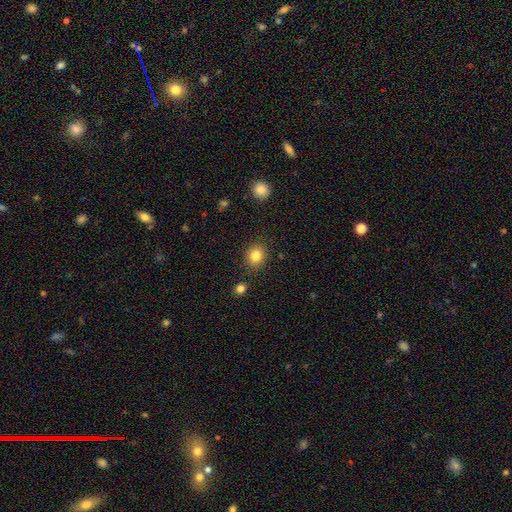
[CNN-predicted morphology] Smooth or featured?
  - smooth: 83% *
  - star or artifact: 11%
  - featured or disk: 6%
How rounded?
  - round: 74% *
  - in between: 25%
  - cigar-shaped: 1%
Merging?
  - none: 86% *
  - minor disturbance: 8%
  - major disturbance: 3%
  - merger: 2%